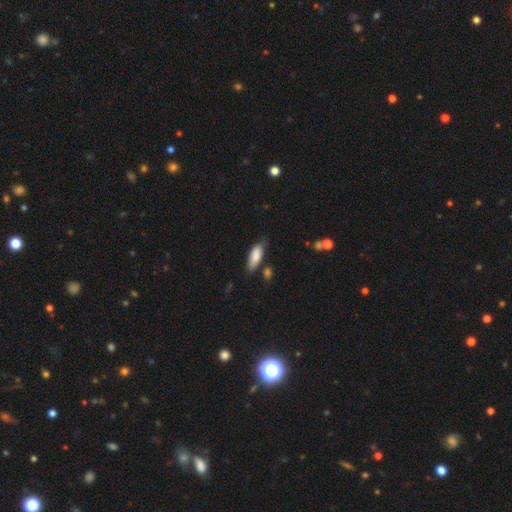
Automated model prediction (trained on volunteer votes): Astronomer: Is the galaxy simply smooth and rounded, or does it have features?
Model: smooth — 84%.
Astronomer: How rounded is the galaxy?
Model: in between — 73%.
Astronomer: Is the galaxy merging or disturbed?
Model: none — 68%.